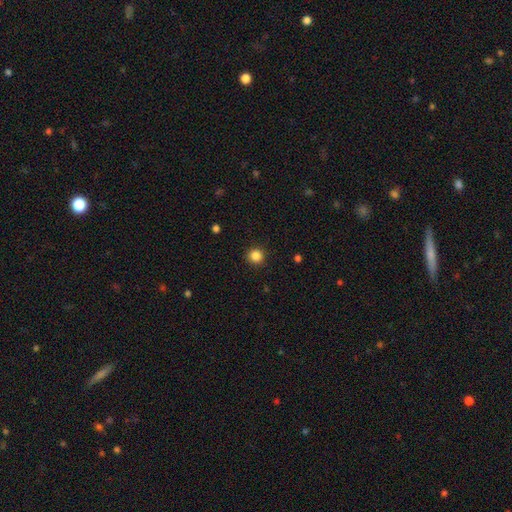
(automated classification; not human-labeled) The model was most divided on "smooth or featured": smooth: 85%, star or artifact: 11%, featured or disk: 4%. More confident: how rounded — round (94%); merging — none (92%).